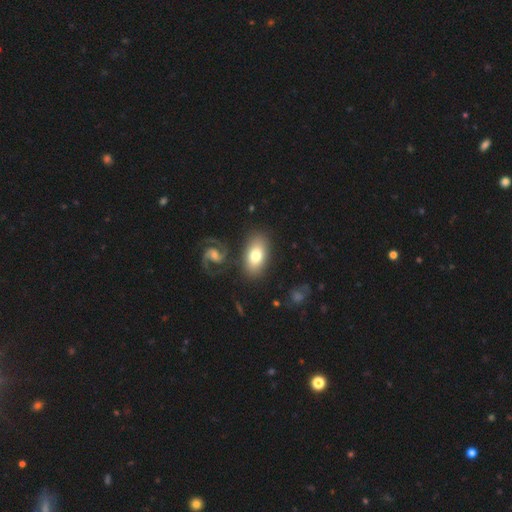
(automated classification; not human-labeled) Q: Smooth or featured?
A: smooth (66%); runner-up: featured or disk (27%)
Q: How rounded?
A: in between (90%); runner-up: round (7%)
Q: Merging?
A: none (77%); runner-up: minor disturbance (12%)